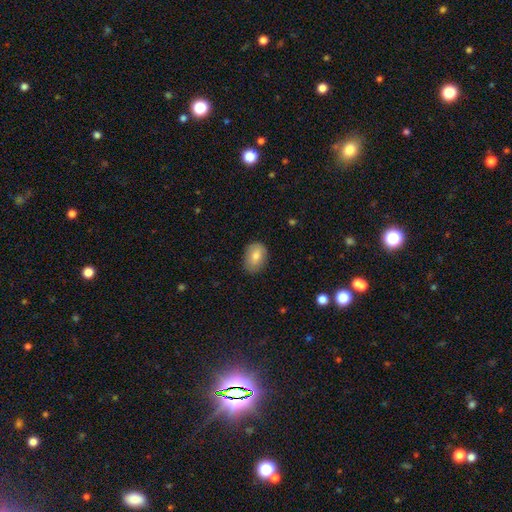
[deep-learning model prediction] smooth 79%, featured or disk 13%, star or artifact 8%. Down the decision tree: how rounded — in between (82%); merging — none (85%).